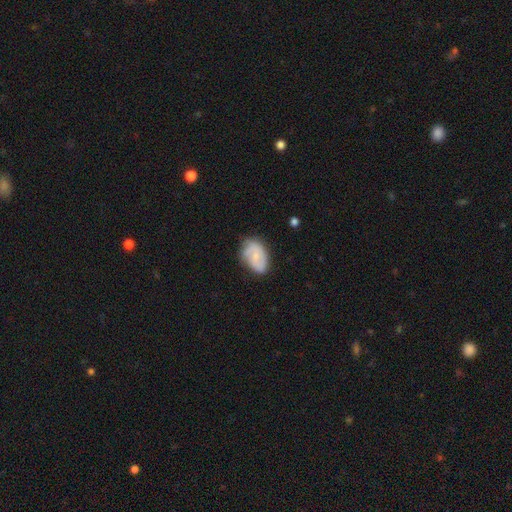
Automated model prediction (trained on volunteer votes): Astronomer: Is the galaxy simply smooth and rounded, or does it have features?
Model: smooth — 51% (runner-up: featured or disk, 42%).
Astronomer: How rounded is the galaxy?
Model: in between — 87%.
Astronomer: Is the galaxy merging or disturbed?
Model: none — 60%.